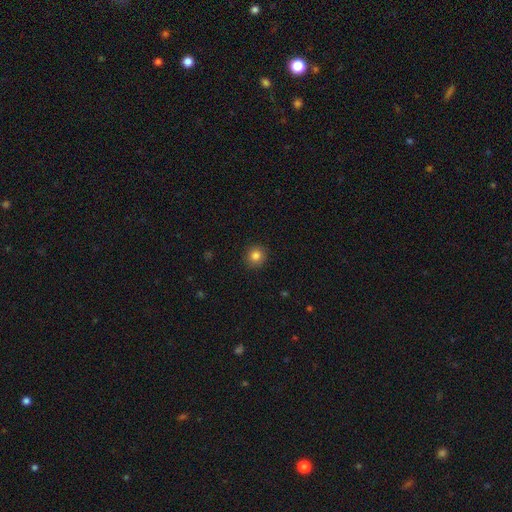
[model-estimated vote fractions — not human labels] This appears to be a smooth galaxy with no disk features (83%) that is round (92%). Merging: none (90%).